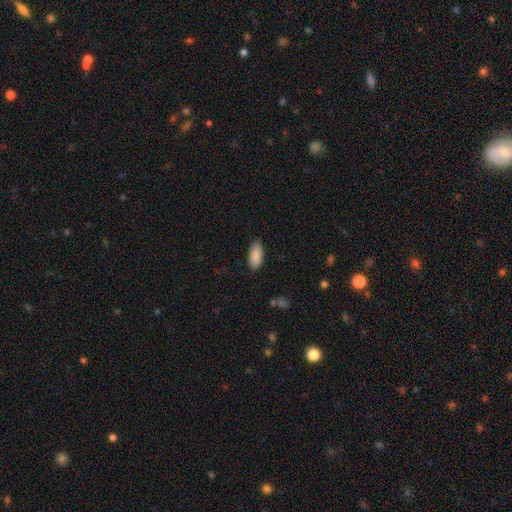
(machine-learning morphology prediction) A smooth galaxy with no disk features (89%) that is in between round and cigar-shaped (86%). Merging: none (84%).